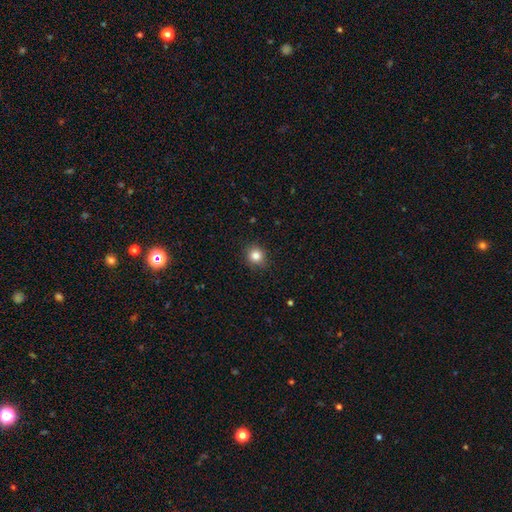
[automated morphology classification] A smooth galaxy with no disk features (84%) that is round (87%). Merging: none (89%).